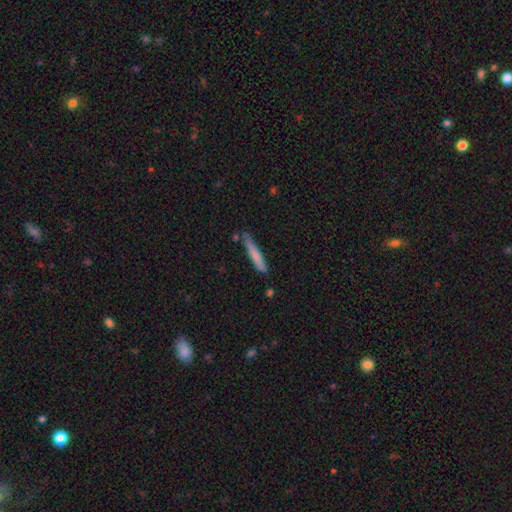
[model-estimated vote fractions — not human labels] This is likely a smooth galaxy (73%). How rounded: clearly cigar-shaped (94%). Merging: likely none (75%).